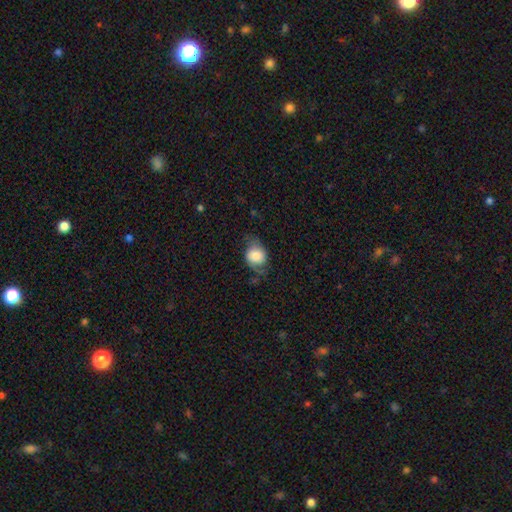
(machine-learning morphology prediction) Smooth or featured?
  - smooth: 66% *
  - featured or disk: 26%
  - star or artifact: 9%
How rounded?
  - round: 52% *
  - in between: 47%
  - cigar-shaped: 1%
Merging?
  - none: 53% *
  - minor disturbance: 30%
  - major disturbance: 15%
  - merger: 2%